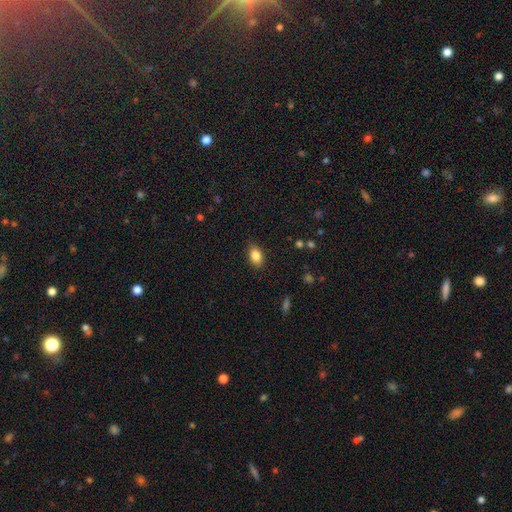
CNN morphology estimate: A smooth galaxy with no disk features (84%) that is in between round and cigar-shaped (86%).

Vote fractions:
- Smooth or featured? smooth: 84% / star or artifact: 8% / featured or disk: 7%
- How rounded? in between: 86% / round: 12% / cigar-shaped: 2%
- Merging? none: 84% / minor disturbance: 12% / major disturbance: 3% / merger: 1%